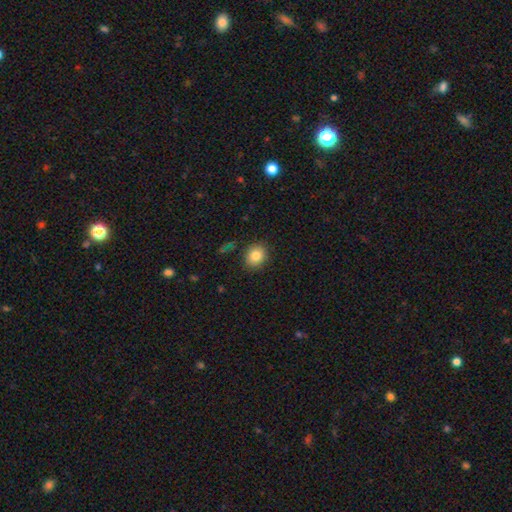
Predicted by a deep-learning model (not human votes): This is clearly a smooth galaxy (84%). How rounded: likely round (64%). Merging: clearly none (85%).